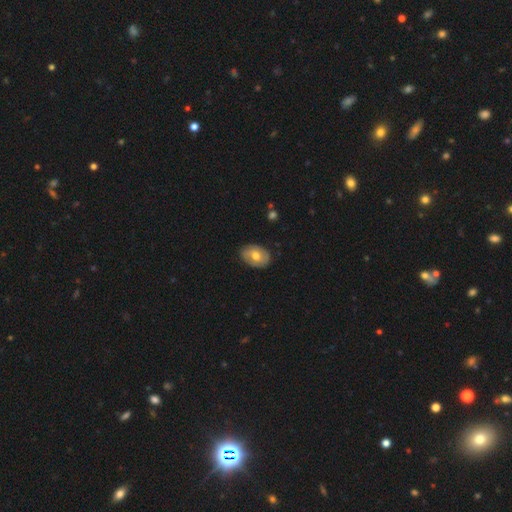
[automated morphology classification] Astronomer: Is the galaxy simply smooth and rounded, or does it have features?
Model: smooth — 52% (runner-up: featured or disk, 41%).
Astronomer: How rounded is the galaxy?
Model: in between — 80%.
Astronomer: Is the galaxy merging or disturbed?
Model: none — 82%.